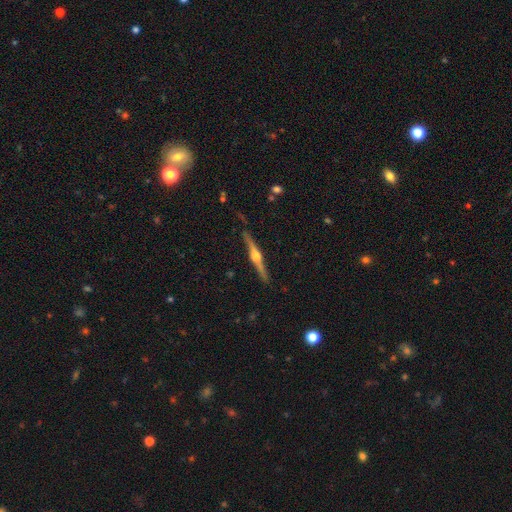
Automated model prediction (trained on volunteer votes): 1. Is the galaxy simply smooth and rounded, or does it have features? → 84% featured or disk, 10% smooth, 5% star or artifact.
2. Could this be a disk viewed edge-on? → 98% yes, 2% no.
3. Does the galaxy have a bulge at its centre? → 94% rounded, 4% boxy, 2% none.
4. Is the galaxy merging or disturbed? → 89% none, 8% minor disturbance, 2% major disturbance, 1% merger.